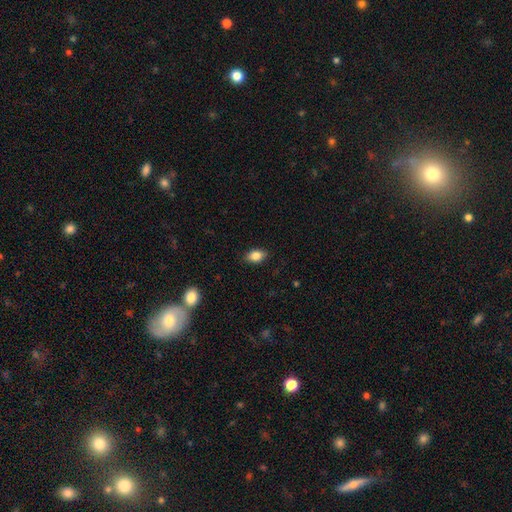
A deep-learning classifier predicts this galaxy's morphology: The model was most divided on "how rounded": in between: 86%, round: 11%, cigar-shaped: 3%. More confident: merging — none (87%); smooth or featured — smooth (84%).